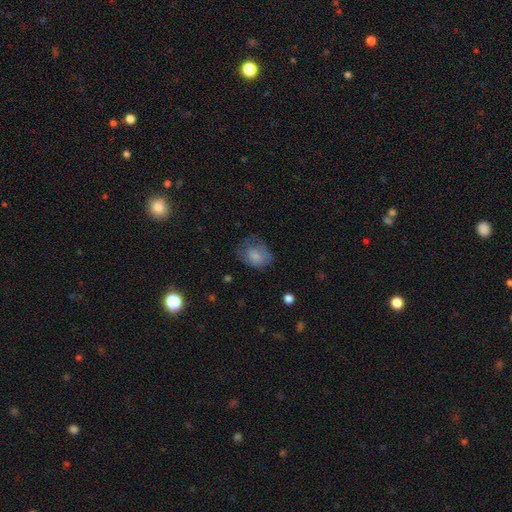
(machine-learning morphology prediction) Q: Smooth or featured?
A: smooth (69%); runner-up: featured or disk (22%)
Q: How rounded?
A: in between (61%); runner-up: round (38%)
Q: Merging?
A: none (47%); runner-up: minor disturbance (30%)